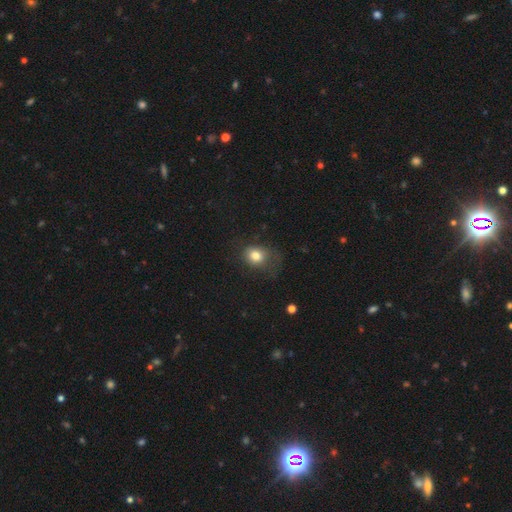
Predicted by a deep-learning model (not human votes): Smooth or featured? smooth (79%)
How rounded? round (56%)
Merging? none (49%)